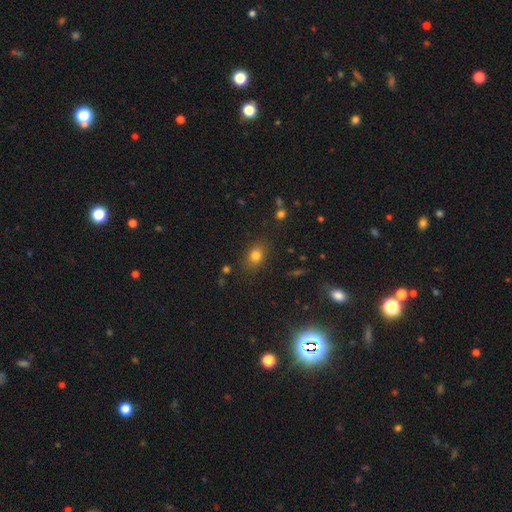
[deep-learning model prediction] This appears to be a smooth galaxy with no disk features (78%) that is in between round and cigar-shaped (63%). Merging: none (82%).